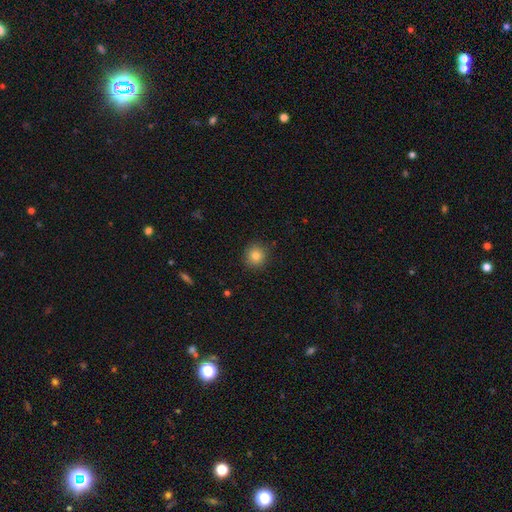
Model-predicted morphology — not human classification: The model was most divided on "smooth or featured": smooth: 82%, star or artifact: 11%, featured or disk: 7%. More confident: how rounded — round (93%); merging — none (90%).